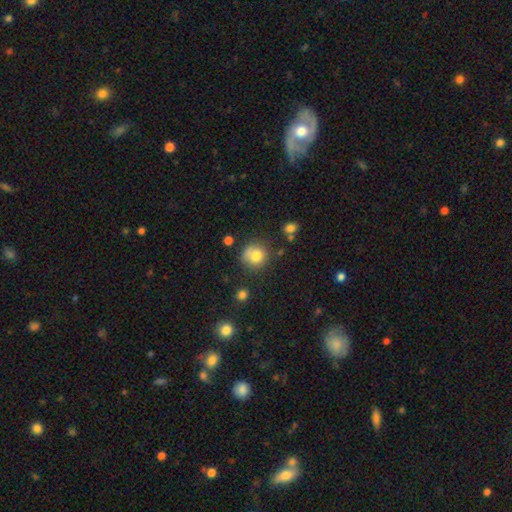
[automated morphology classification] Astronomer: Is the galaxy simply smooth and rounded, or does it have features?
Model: smooth — 79%.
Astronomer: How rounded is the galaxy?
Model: round — 86%.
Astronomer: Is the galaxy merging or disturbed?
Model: none — 62%.